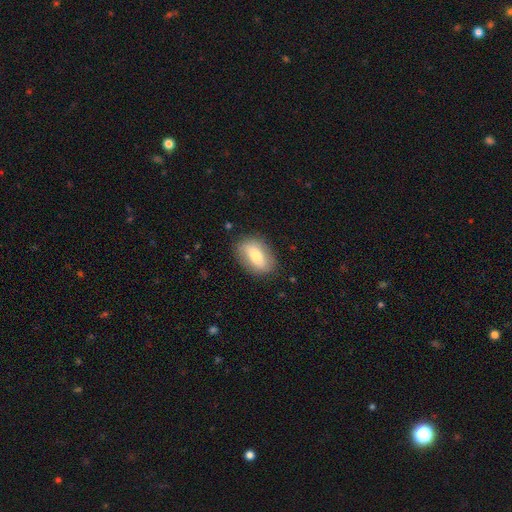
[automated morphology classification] A smooth galaxy with no disk features (69%) that is in between round and cigar-shaped (87%).

Vote fractions:
- Smooth or featured? smooth: 69% / featured or disk: 24% / star or artifact: 7%
- How rounded? in between: 87% / round: 10% / cigar-shaped: 3%
- Merging? none: 81% / minor disturbance: 14% / major disturbance: 4% / merger: 1%